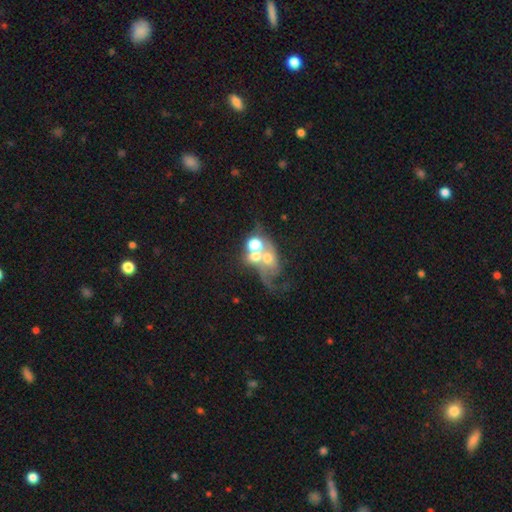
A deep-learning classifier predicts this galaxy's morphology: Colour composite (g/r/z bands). It shows a featured or disk galaxy (44%). Merging: merger (54%).